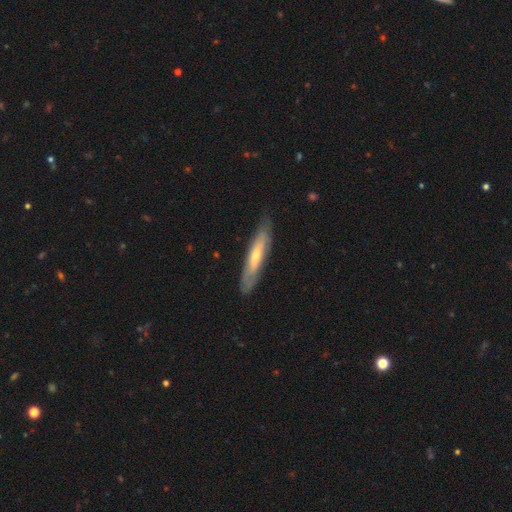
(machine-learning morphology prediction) Smooth or featured? featured or disk (52%)
Edge-on disk? yes (65%)
Merging? none (80%)